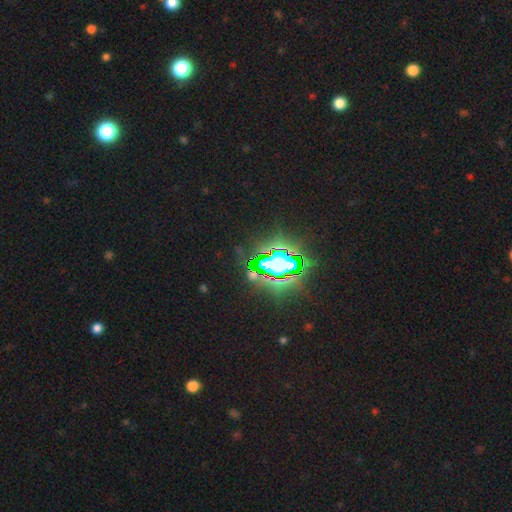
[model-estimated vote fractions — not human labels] smooth-or-featured: star or artifact: 81% | smooth: 11% | featured or disk: 8%